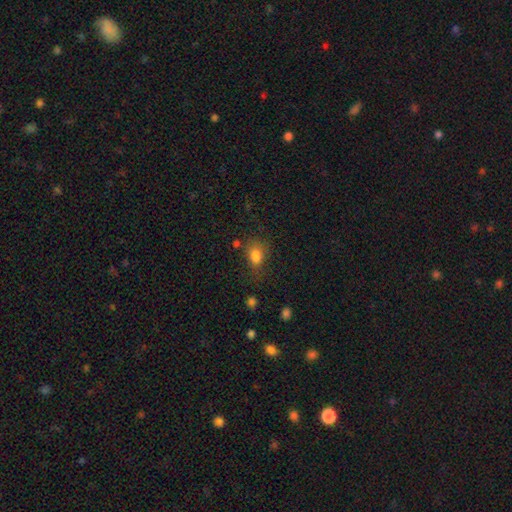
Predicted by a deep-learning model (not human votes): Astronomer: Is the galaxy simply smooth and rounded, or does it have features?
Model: smooth — 80%.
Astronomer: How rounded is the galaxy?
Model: in between — 69%.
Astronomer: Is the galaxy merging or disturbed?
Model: none — 57%.